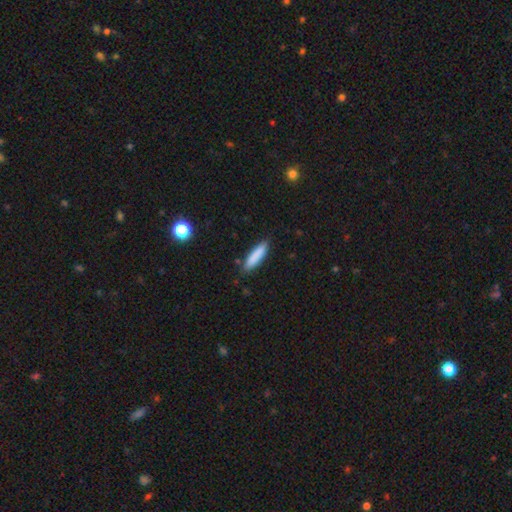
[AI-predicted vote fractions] A smooth galaxy with no disk features (85%) that is cigar-shaped (72%). Merging: none (84%).